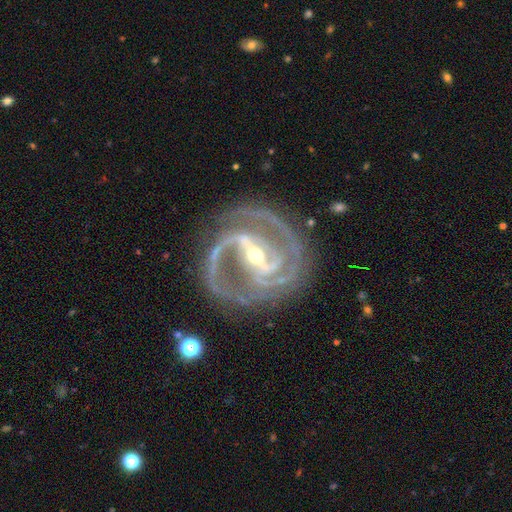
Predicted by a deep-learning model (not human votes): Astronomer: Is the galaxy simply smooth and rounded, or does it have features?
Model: featured or disk — 93%.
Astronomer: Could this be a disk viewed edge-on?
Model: no — 97%.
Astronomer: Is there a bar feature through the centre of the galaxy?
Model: strong — 73%.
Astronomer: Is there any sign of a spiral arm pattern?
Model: yes — 98%.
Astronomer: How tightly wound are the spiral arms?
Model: medium — 50% (runner-up: tight, 41%).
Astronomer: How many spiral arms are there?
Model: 2 — 59%.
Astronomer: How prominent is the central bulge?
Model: small — 53% (runner-up: moderate, 43%).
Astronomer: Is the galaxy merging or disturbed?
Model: none — 74%.